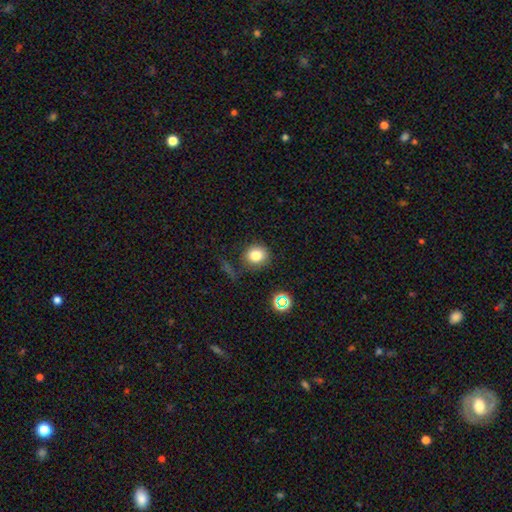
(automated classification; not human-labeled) The model was most divided on "how rounded": round: 78%, in between: 21%, cigar-shaped: 1%. More confident: smooth or featured — smooth (80%); merging — none (74%).